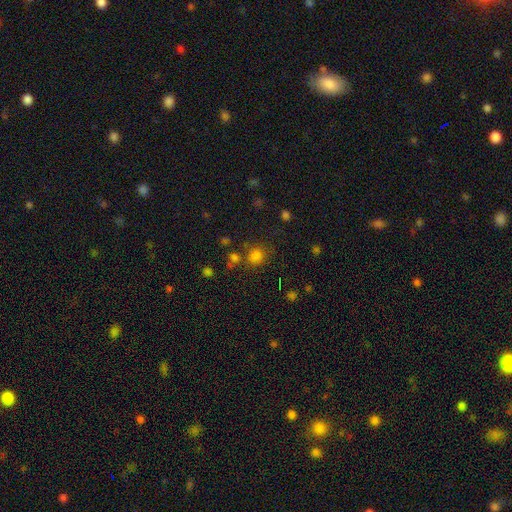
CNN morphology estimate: Overall: smooth (77%). How rounded: round (81%). Merging: none (73%).